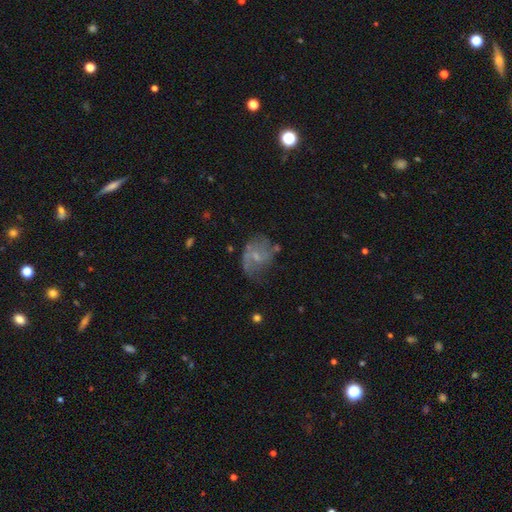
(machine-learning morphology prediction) A featured or disk galaxy (62%) with no bar (56%), spiral arms (69%) and a small central bulge (59%). Merging: none (45%).